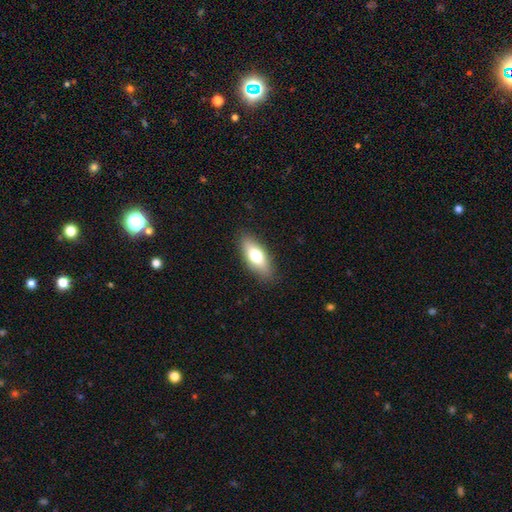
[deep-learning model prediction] Smooth or featured? smooth (69%)
How rounded? in between (73%)
Merging? none (86%)